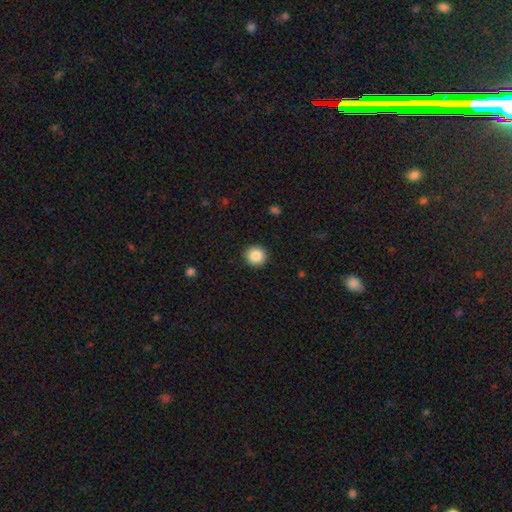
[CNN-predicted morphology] A smooth galaxy with no disk features (87%) that is round (92%). Merging: none (92%).